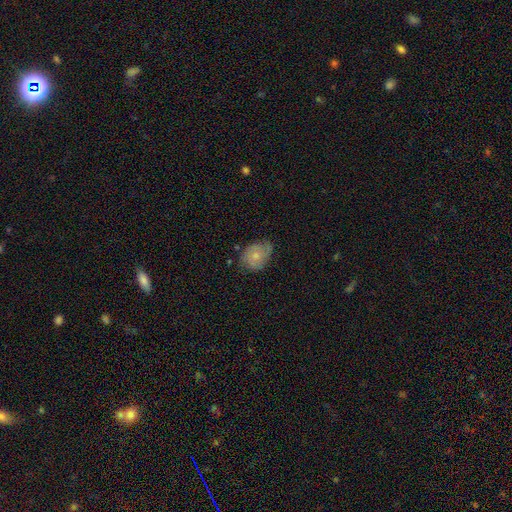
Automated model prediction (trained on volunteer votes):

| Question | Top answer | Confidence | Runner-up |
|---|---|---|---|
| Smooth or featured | featured or disk | 48% | smooth (45%) |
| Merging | none | 60% | minor disturbance (29%) |